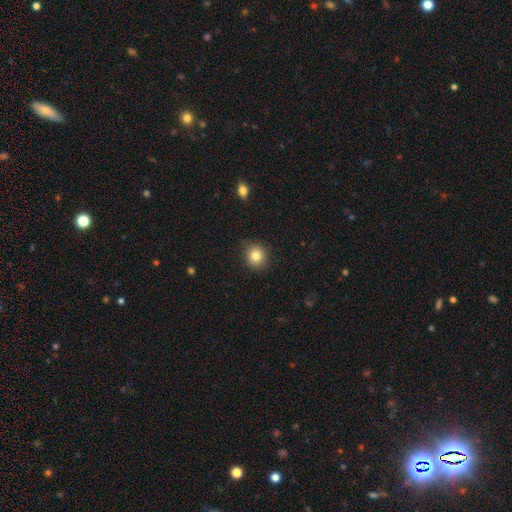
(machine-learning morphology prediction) smooth_or_featured: smooth (p=0.83) [alt: star or artifact p=0.10]
how_rounded: round (p=0.85) [alt: in between p=0.14]
merging: none (p=0.88) [alt: minor disturbance p=0.09]